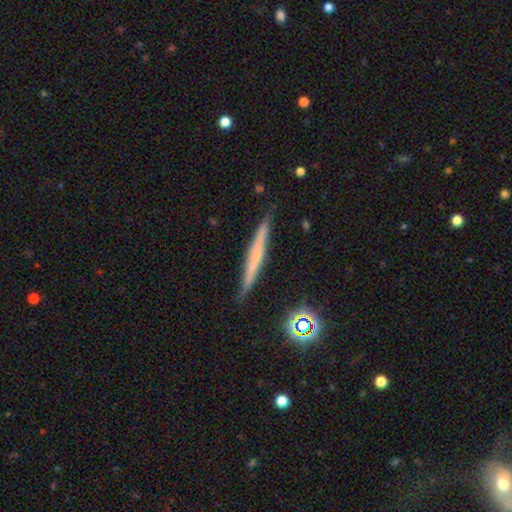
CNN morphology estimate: Smooth or featured?
  - featured or disk: 52% *
  - smooth: 38%
  - star or artifact: 10%
Edge-on disk?
  - yes: 96% *
  - no: 4%
Merging?
  - none: 87% *
  - minor disturbance: 10%
  - major disturbance: 2%
  - merger: 2%